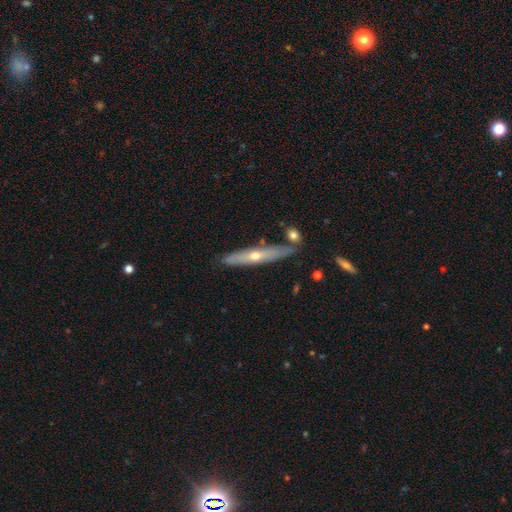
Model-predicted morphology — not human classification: A featured or disk galaxy (60%) viewed edge-on (86%) with a rounded central bulge (79%).

Vote fractions:
- Smooth or featured? featured or disk: 60% / smooth: 34% / star or artifact: 7%
- Edge-on disk? yes: 86% / no: 14%
- Edge-on bulge? rounded: 79% / none: 19% / boxy: 2%
- Merging? none: 81% / minor disturbance: 12% / merger: 5% / major disturbance: 2%